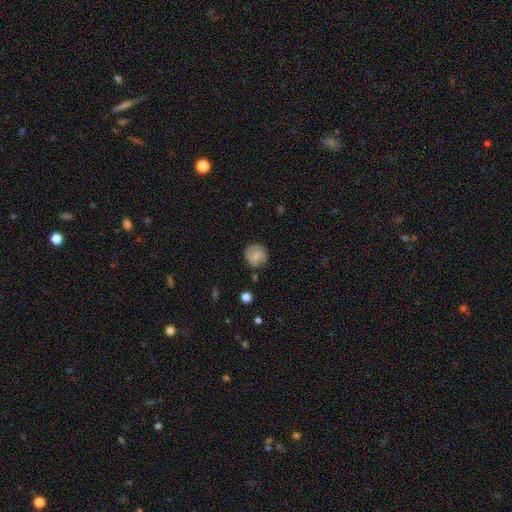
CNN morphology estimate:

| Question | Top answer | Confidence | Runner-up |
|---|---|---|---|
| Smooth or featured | smooth | 59% | featured or disk (32%) |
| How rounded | round | 84% | in between (15%) |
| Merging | none | 72% | minor disturbance (19%) |